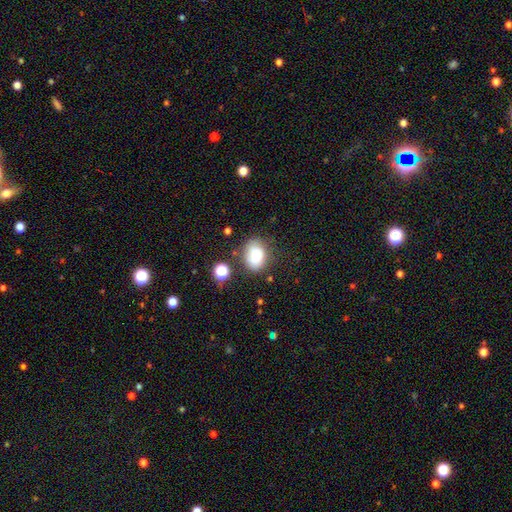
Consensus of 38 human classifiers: This is likely a smooth galaxy (76%). How rounded: likely in between (69%). Merging: possibly none (57%).